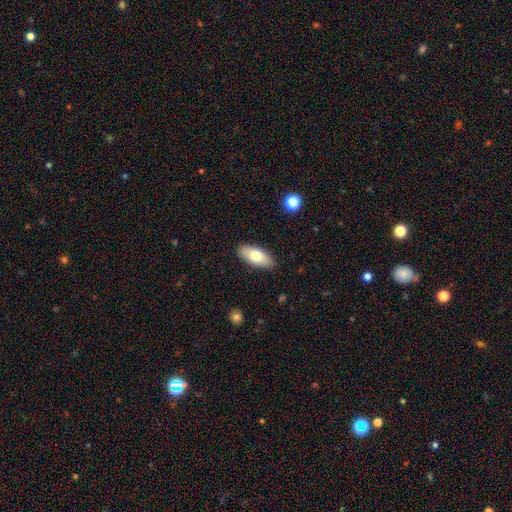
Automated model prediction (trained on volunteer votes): Overall: smooth (73%). How rounded: in between (87%). Merging: none (87%).